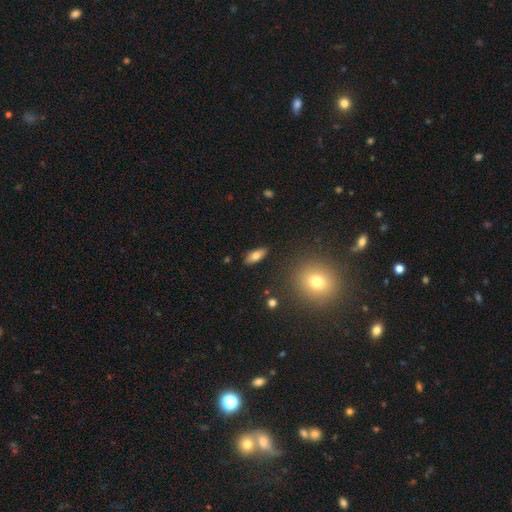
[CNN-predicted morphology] smooth-or-featured: smooth: 73% | featured or disk: 19% | star or artifact: 8%
  how-rounded: in between: 77% | cigar-shaped: 20% | round: 4%
  merging: none: 88% | minor disturbance: 8% | major disturbance: 2% | merger: 2%